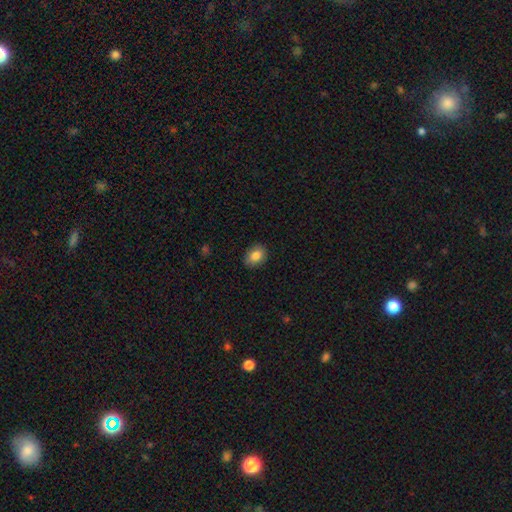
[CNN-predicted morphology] Smooth or featured? smooth (84%)
How rounded? in between (70%)
Merging? none (87%)